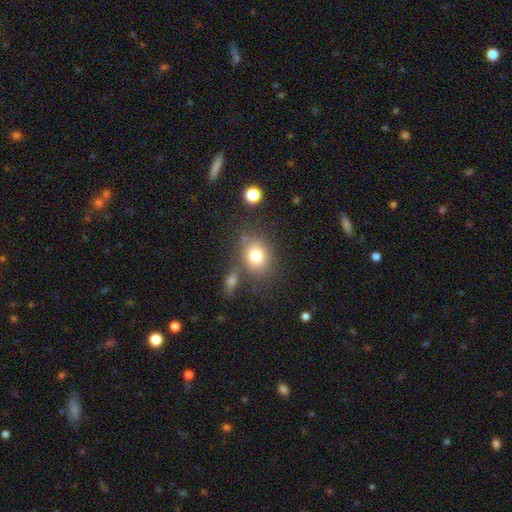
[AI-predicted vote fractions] Smooth or featured?
  - smooth: 78% *
  - featured or disk: 11%
  - star or artifact: 11%
How rounded?
  - round: 53% *
  - in between: 45%
  - cigar-shaped: 1%
Merging?
  - none: 68% *
  - merger: 13%
  - minor disturbance: 13%
  - major disturbance: 5%